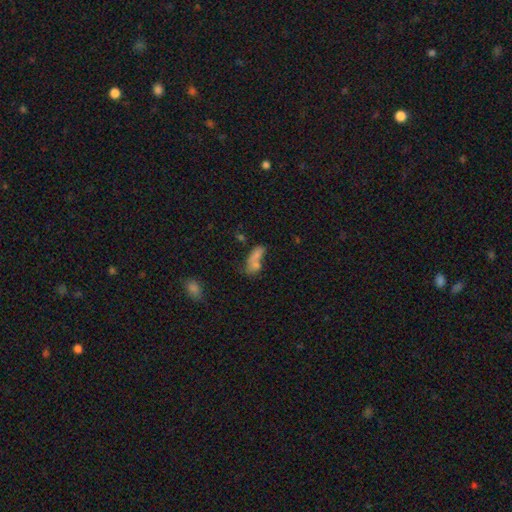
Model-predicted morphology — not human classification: This appears to be a smooth galaxy with no disk features (64%) that is in between round and cigar-shaped (66%). Merging: merger (49%).